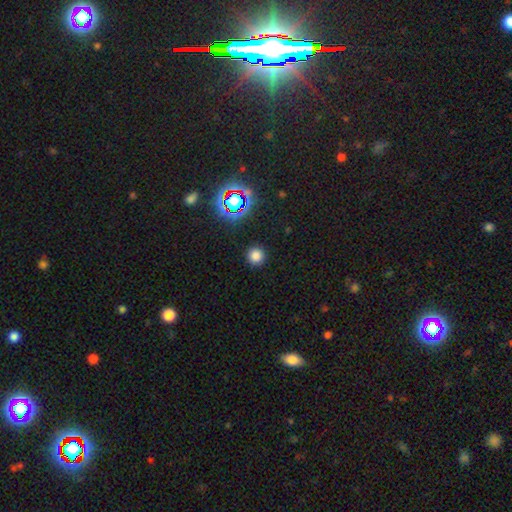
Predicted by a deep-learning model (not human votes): smooth 77%, star or artifact 18%, featured or disk 5%. Down the decision tree: how rounded — round (95%); merging — none (91%).